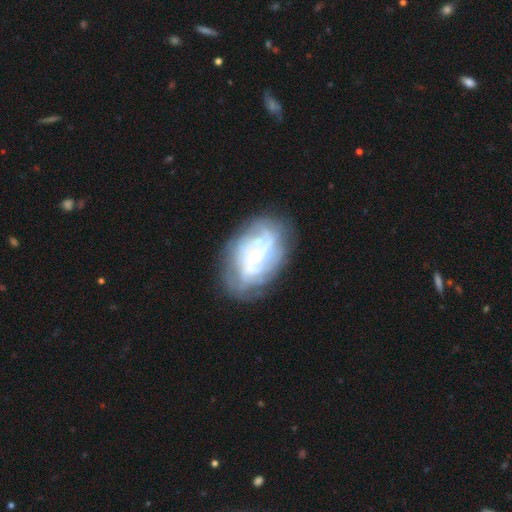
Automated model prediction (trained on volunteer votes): This is likely a featured or disk galaxy (75%). It is clearly not viewed edge-on (96%). Bar: likely no (64%). Spiral arm pattern: likely yes (77%). Spiral arm count: possibly can't tell (50%). Spiral winding: possibly tight (53%). Central bulge: likely small (68%). Merging: likely none (67%).